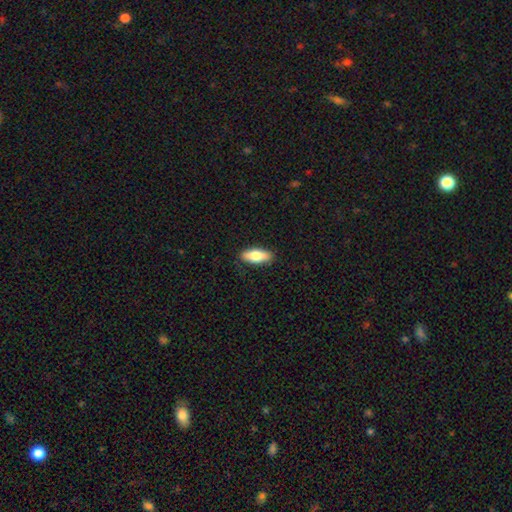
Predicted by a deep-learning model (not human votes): A smooth galaxy with no disk features (77%) that is in between round and cigar-shaped (74%). Merging: none (87%).